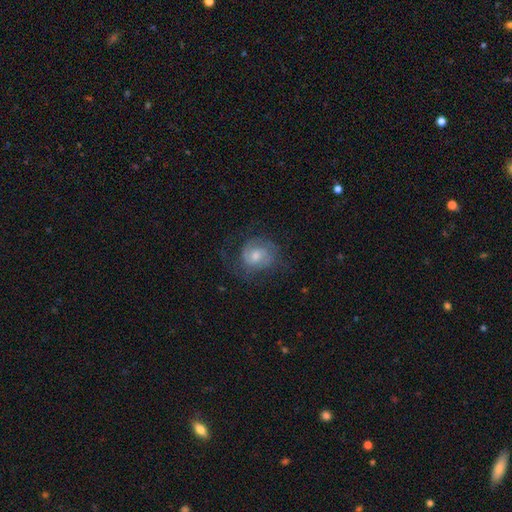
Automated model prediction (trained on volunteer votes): Q: Smooth or featured?
A: featured or disk (71%); runner-up: smooth (20%)
Q: Edge-on disk?
A: no (98%); runner-up: yes (2%)
Q: Bar?
A: no (51%); runner-up: weak (42%)
Q: Spiral arms?
A: yes (91%); runner-up: no (9%)
Q: Spiral winding?
A: tight (45%); runner-up: medium (41%)
Q: Spiral arm count?
A: 2 (60%); runner-up: can't tell (22%)
Q: Bulge size?
A: moderate (54%); runner-up: small (37%)
Q: Merging?
A: none (66%); runner-up: minor disturbance (18%)